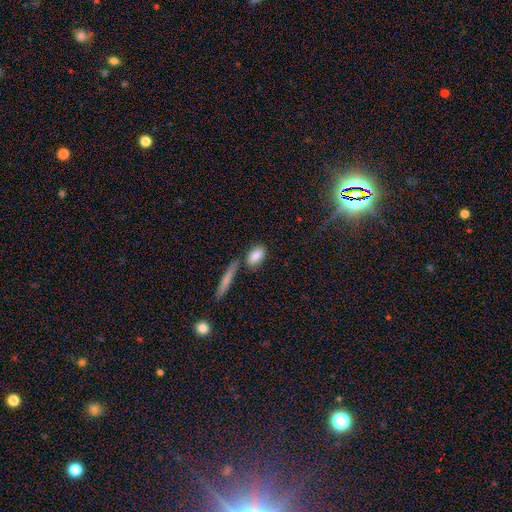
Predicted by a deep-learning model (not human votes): Smooth or featured: smooth — 83% (featured or disk — 10%)
How rounded: in between — 81% (cigar-shaped — 11%)
Merging: none — 65% (merger — 16%)